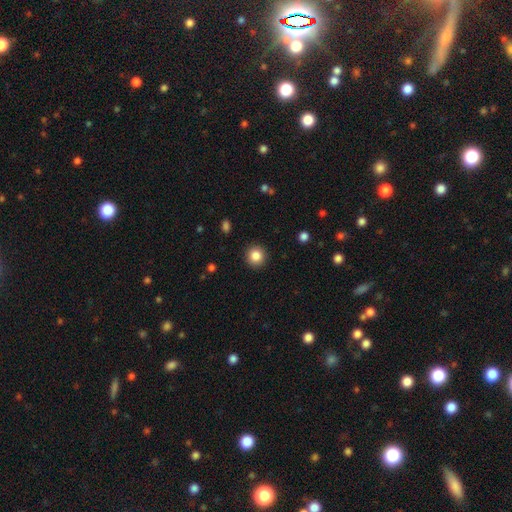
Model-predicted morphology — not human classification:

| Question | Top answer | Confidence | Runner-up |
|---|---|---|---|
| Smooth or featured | smooth | 85% | star or artifact (10%) |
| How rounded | round | 94% | in between (5%) |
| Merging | none | 92% | minor disturbance (5%) |